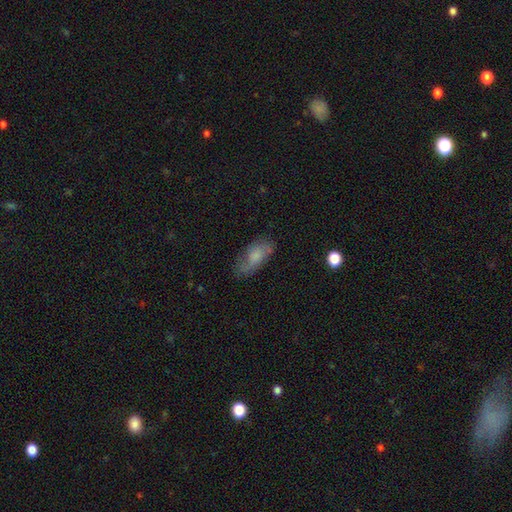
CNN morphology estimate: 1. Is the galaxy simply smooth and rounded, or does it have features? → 61% smooth, 31% featured or disk, 8% star or artifact.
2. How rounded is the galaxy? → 86% in between, 10% cigar-shaped, 4% round.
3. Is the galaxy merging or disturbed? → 62% none, 26% minor disturbance, 10% major disturbance, 2% merger.